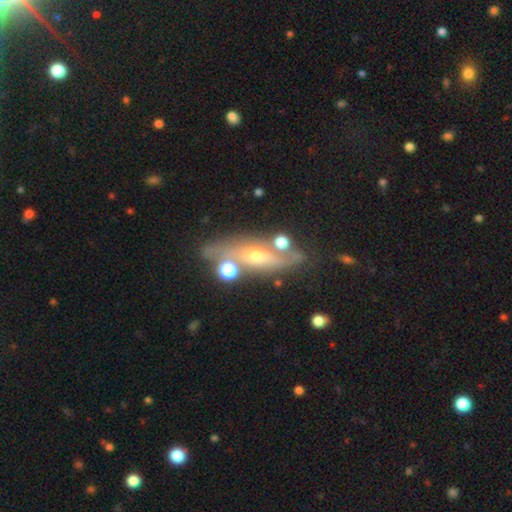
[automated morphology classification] Smooth or featured? Predicted: featured or disk (p=0.70). Edge-on disk? Predicted: no (p=0.58). Merging? Predicted: none (p=0.66).